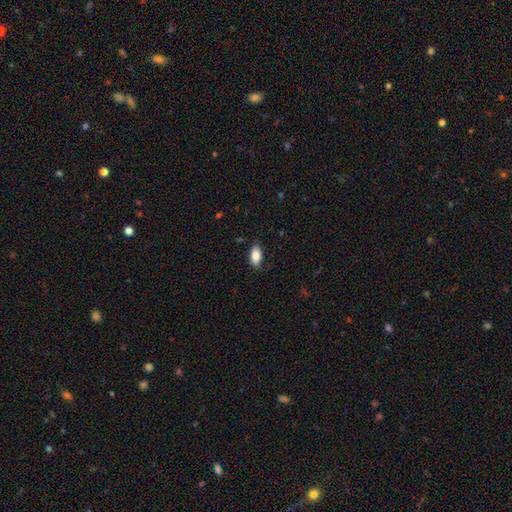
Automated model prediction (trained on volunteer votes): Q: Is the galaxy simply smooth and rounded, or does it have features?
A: smooth — 87%.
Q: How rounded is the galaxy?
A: in between — 91%.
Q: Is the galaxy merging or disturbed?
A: none — 85%.